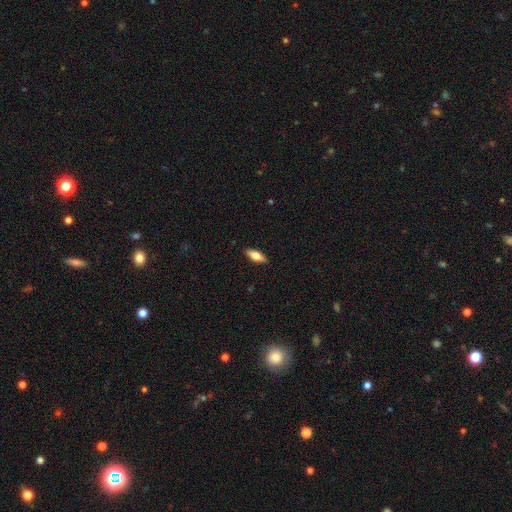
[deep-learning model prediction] A smooth galaxy with no disk features (63%) that is in between round and cigar-shaped (67%).

Vote fractions:
- Smooth or featured? smooth: 63% / featured or disk: 31% / star or artifact: 6%
- How rounded? in between: 67% / cigar-shaped: 31% / round: 3%
- Merging? none: 89% / minor disturbance: 8% / major disturbance: 2% / merger: 1%